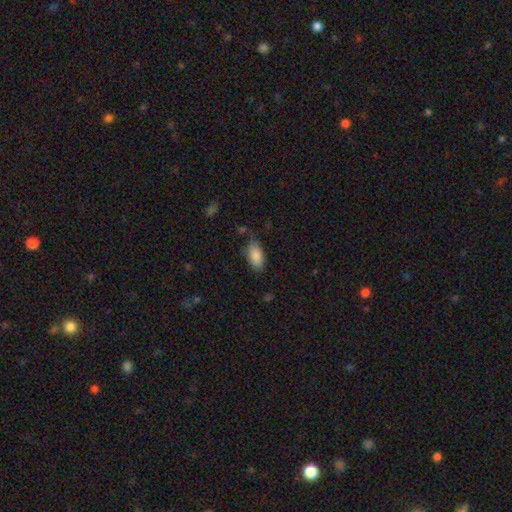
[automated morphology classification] A smooth galaxy with no disk features (88%) that is in between round and cigar-shaped (92%). Merging: none (74%).